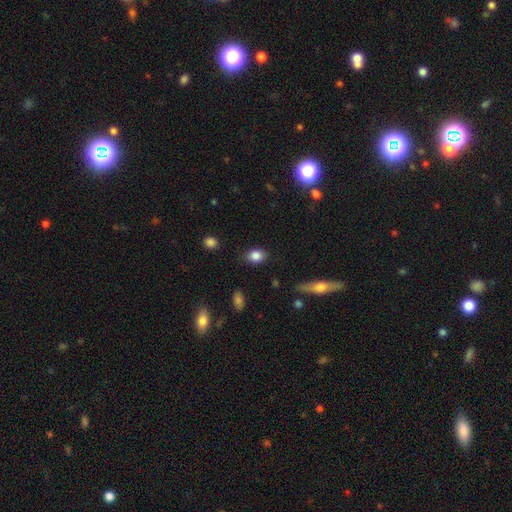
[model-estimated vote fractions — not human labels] smooth_or_featured: smooth (p=0.84) [alt: star or artifact p=0.09]
how_rounded: in between (p=0.67) [alt: round p=0.31]
merging: none (p=0.83) [alt: minor disturbance p=0.12]